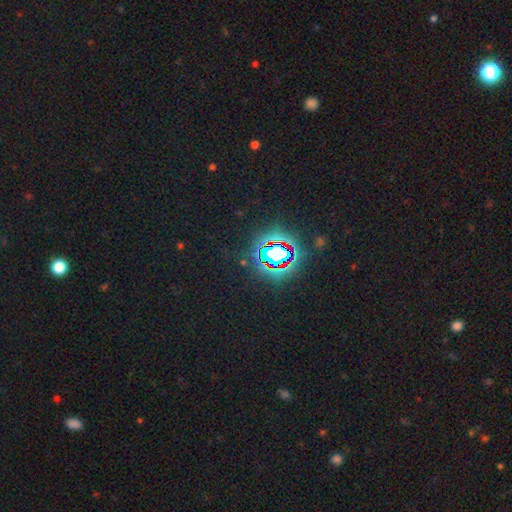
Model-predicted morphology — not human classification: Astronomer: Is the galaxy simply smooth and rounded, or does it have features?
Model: star or artifact — 79%.